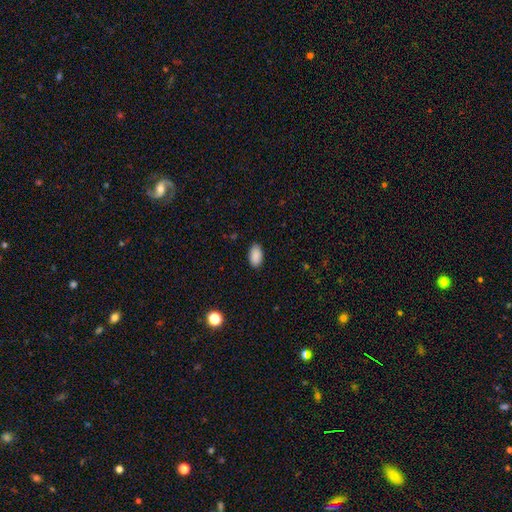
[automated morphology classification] Smooth or featured?
  - smooth: 90% *
  - star or artifact: 7%
  - featured or disk: 3%
How rounded?
  - in between: 95% *
  - round: 3%
  - cigar-shaped: 2%
Merging?
  - none: 87% *
  - minor disturbance: 10%
  - major disturbance: 2%
  - merger: 1%